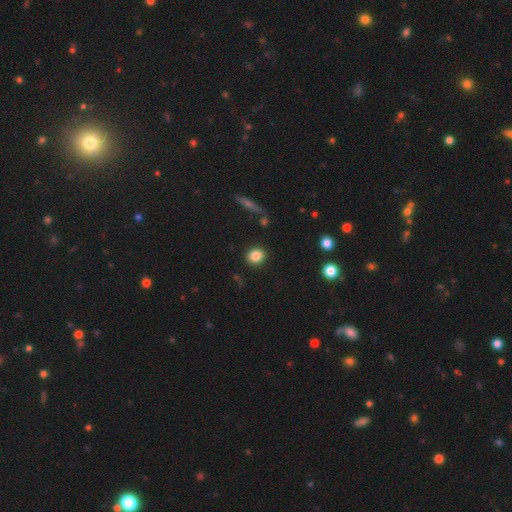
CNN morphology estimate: smooth 84%, star or artifact 10%, featured or disk 6%. Down the decision tree: how rounded — round (78%); merging — none (90%).